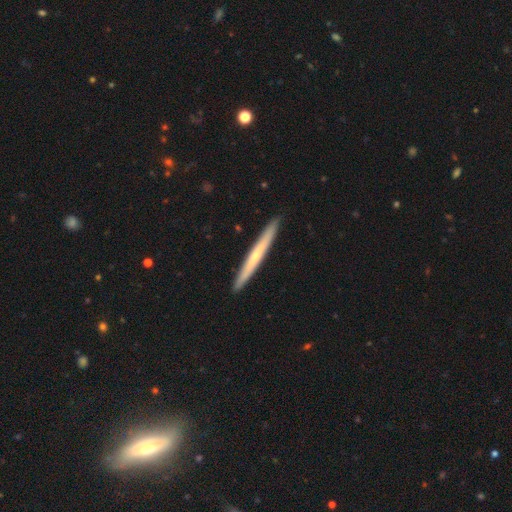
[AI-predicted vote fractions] Smooth or featured? Predicted: featured or disk (p=0.51). Edge-on disk? Predicted: yes (p=0.96). Merging? Predicted: none (p=0.92).